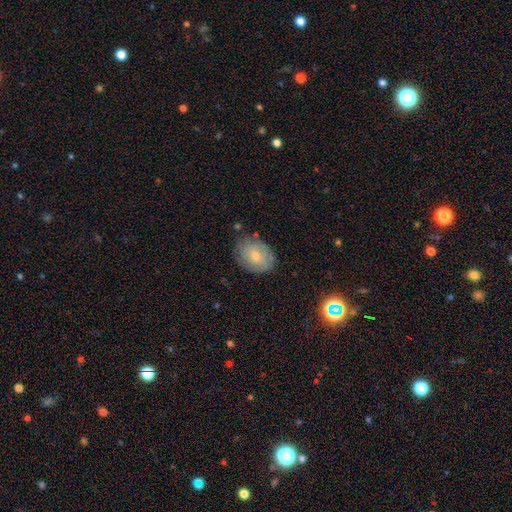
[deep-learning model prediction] smooth 67%, featured or disk 25%, star or artifact 8%. Down the decision tree: how rounded — in between (67%); merging — none (75%).